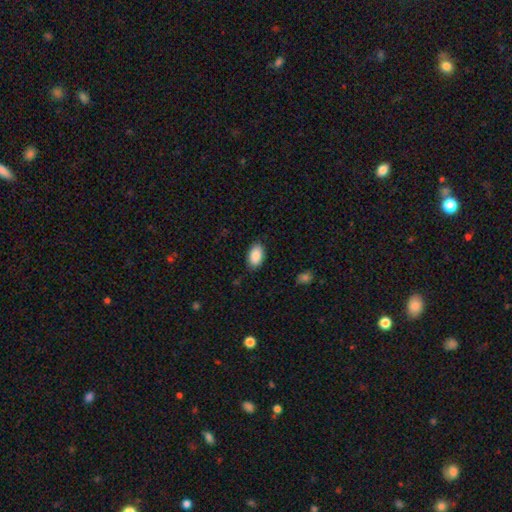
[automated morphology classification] Q: Smooth or featured?
A: smooth (88%); runner-up: star or artifact (7%)
Q: How rounded?
A: in between (93%); runner-up: round (5%)
Q: Merging?
A: none (84%); runner-up: minor disturbance (12%)